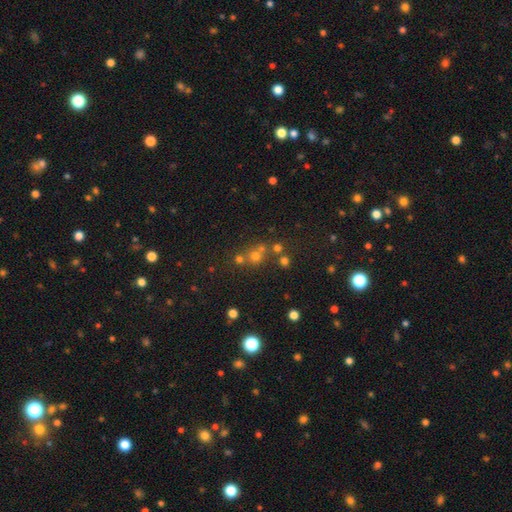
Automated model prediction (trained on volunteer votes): The model was most divided on "smooth or featured": smooth: 49%, star or artifact: 36%, featured or disk: 14%. More confident: merging — none (57%).